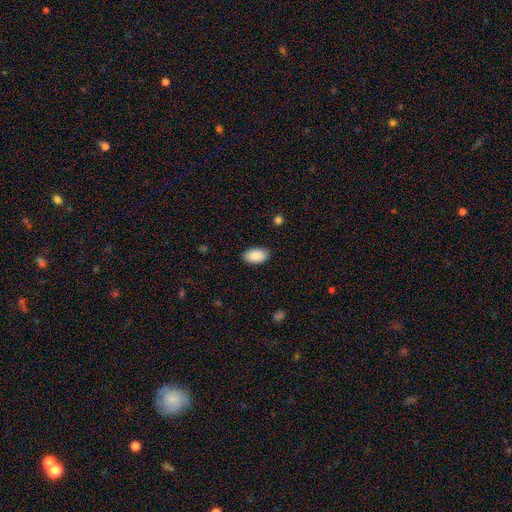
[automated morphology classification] Smooth or featured?
  - smooth: 90% *
  - star or artifact: 6%
  - featured or disk: 4%
How rounded?
  - in between: 95% *
  - round: 4%
  - cigar-shaped: 1%
Merging?
  - none: 87% *
  - minor disturbance: 9%
  - major disturbance: 2%
  - merger: 1%